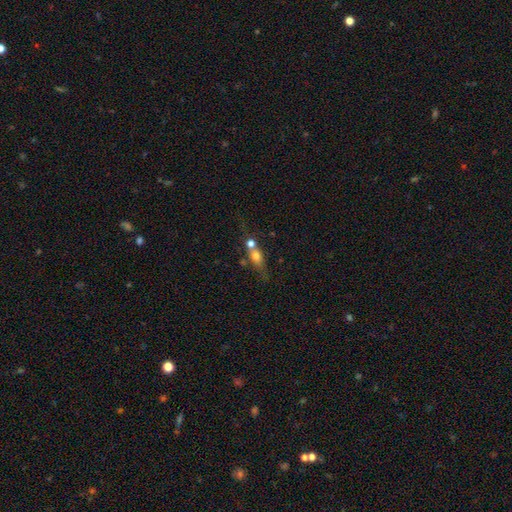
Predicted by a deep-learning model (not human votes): Q: Smooth or featured?
A: smooth (62%); runner-up: featured or disk (27%)
Q: How rounded?
A: in between (44%); runner-up: round (36%)
Q: Merging?
A: merger (49%); runner-up: none (33%)